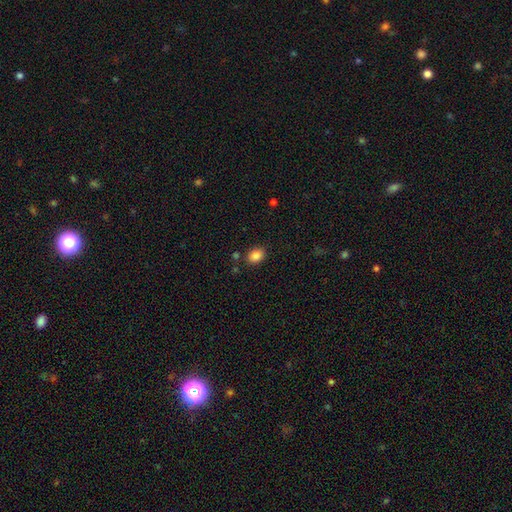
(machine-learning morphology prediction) smooth-or-featured: smooth: 87% | star or artifact: 9% | featured or disk: 4%
  how-rounded: in between: 69% | round: 30% | cigar-shaped: 1%
  merging: none: 82% | minor disturbance: 11% | merger: 4% | major disturbance: 3%